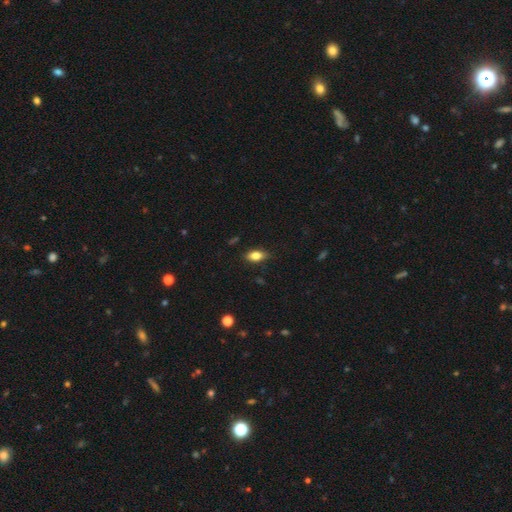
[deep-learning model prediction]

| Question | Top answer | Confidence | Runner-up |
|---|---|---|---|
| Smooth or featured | smooth | 80% | featured or disk (12%) |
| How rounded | in between | 86% | cigar-shaped (7%) |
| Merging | none | 82% | minor disturbance (14%) |